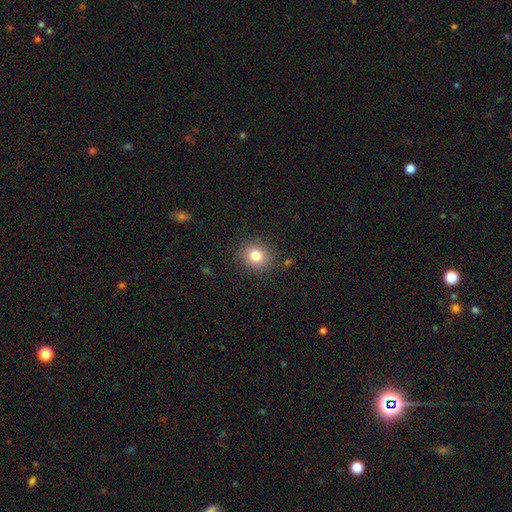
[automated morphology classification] A smooth galaxy with no disk features (80%) that is round (82%).

Vote fractions:
- Smooth or featured? smooth: 80% / star or artifact: 12% / featured or disk: 8%
- How rounded? round: 82% / in between: 17% / cigar-shaped: 1%
- Merging? none: 88% / minor disturbance: 8% / major disturbance: 3% / merger: 1%